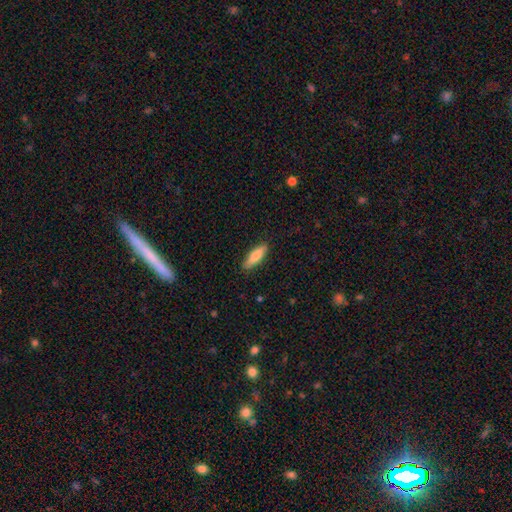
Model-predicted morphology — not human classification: Smooth or featured?
  - smooth: 83% *
  - featured or disk: 11%
  - star or artifact: 6%
How rounded?
  - cigar-shaped: 54% *
  - in between: 44%
  - round: 2%
Merging?
  - none: 87% *
  - minor disturbance: 10%
  - major disturbance: 2%
  - merger: 1%